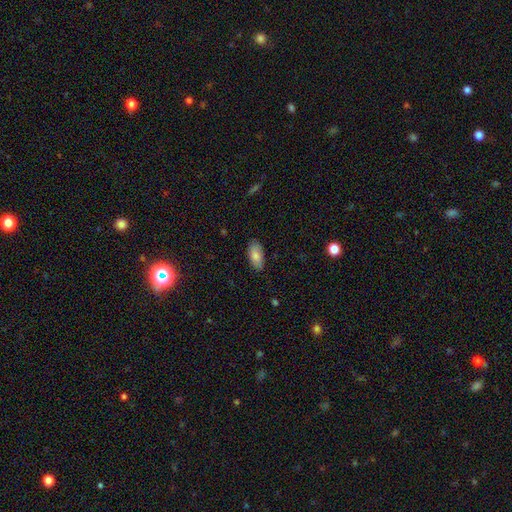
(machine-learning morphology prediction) Smooth or featured?
  - smooth: 83% *
  - featured or disk: 10%
  - star or artifact: 7%
How rounded?
  - in between: 93% *
  - cigar-shaped: 5%
  - round: 2%
Merging?
  - none: 85% *
  - minor disturbance: 11%
  - major disturbance: 2%
  - merger: 1%